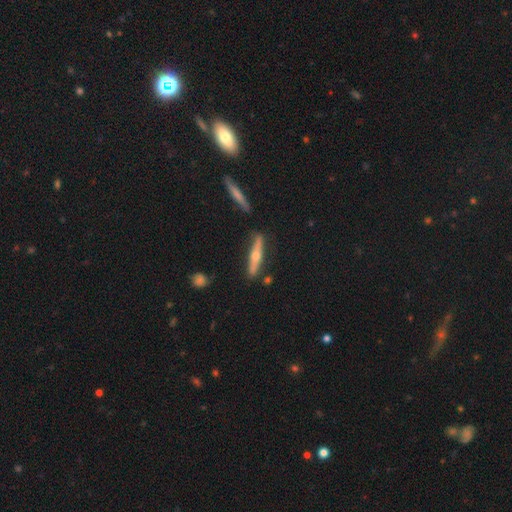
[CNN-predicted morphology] smooth-or-featured: featured or disk: 65% | smooth: 30% | star or artifact: 6%
  disk-edge-on: yes: 95% | no: 5%
    edge-on-bulge: rounded: 93% | none: 5% | boxy: 2%
  merging: none: 84% | minor disturbance: 10% | merger: 4% | major disturbance: 2%